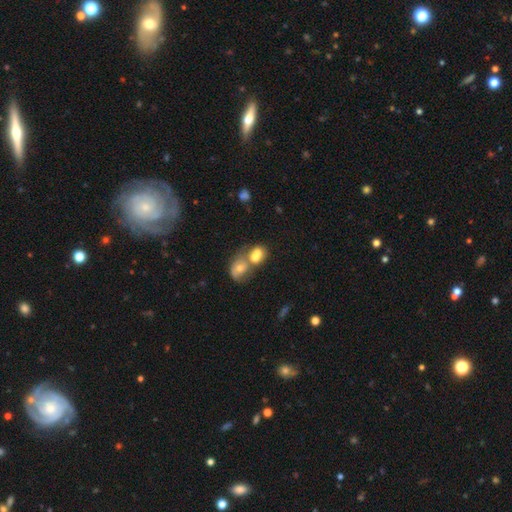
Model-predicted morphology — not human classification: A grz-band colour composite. It shows a smooth galaxy with no disk features (69%) that is in between round and cigar-shaped (60%). Merging: merger (72%).